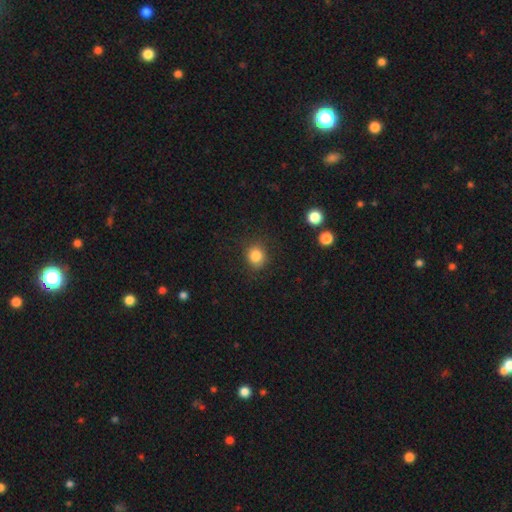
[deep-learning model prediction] A smooth galaxy with no disk features (84%) that is round (78%).

Vote fractions:
- Smooth or featured? smooth: 84% / star or artifact: 11% / featured or disk: 5%
- How rounded? round: 78% / in between: 21% / cigar-shaped: 1%
- Merging? none: 82% / minor disturbance: 12% / major disturbance: 4% / merger: 2%